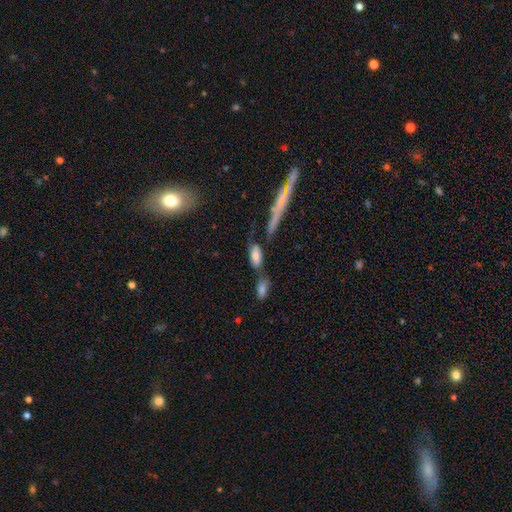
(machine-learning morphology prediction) Q: Smooth or featured?
A: smooth (72%); runner-up: featured or disk (20%)
Q: How rounded?
A: in between (78%); runner-up: cigar-shaped (19%)
Q: Merging?
A: none (51%); runner-up: merger (23%)